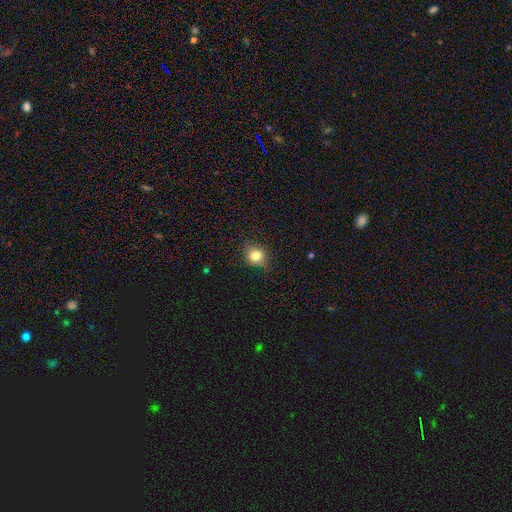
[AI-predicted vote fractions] smooth_or_featured: smooth (p=0.80) [alt: star or artifact p=0.12]
how_rounded: round (p=0.75) [alt: in between p=0.24]
merging: none (p=0.84) [alt: minor disturbance p=0.13]